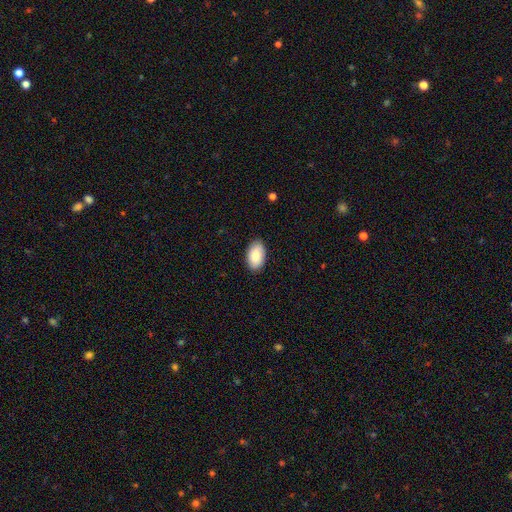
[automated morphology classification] A smooth galaxy with no disk features (87%) that is in between round and cigar-shaped (94%).

Vote fractions:
- Smooth or featured? smooth: 87% / featured or disk: 7% / star or artifact: 6%
- How rounded? in between: 94% / round: 4% / cigar-shaped: 1%
- Merging? none: 88% / minor disturbance: 10% / major disturbance: 2% / merger: 1%